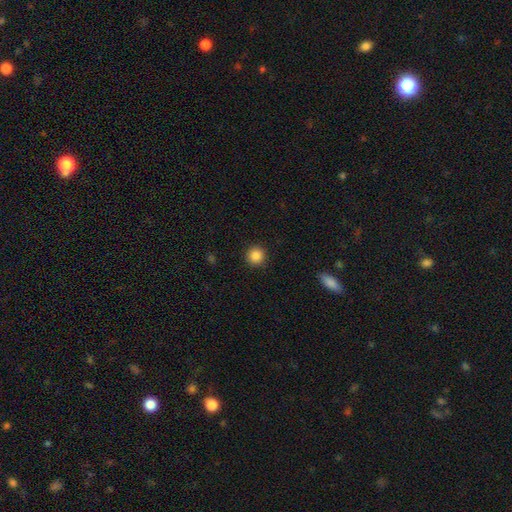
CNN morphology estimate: type=smooth (87%); roundness=round (94%); merging=none (91%).